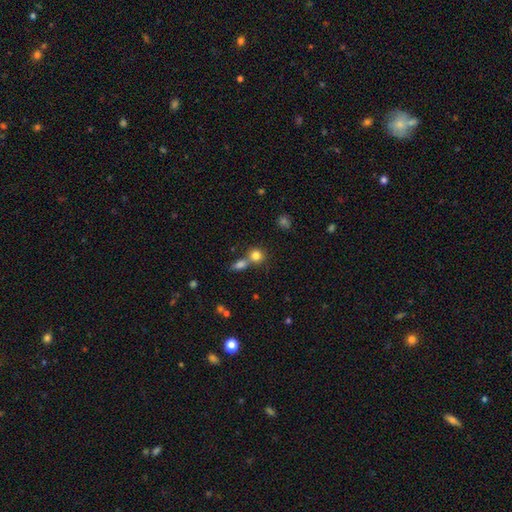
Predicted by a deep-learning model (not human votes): Smooth or featured?
  - smooth: 80% *
  - star or artifact: 12%
  - featured or disk: 8%
How rounded?
  - round: 80% *
  - in between: 18%
  - cigar-shaped: 2%
Merging?
  - none: 48% *
  - merger: 41%
  - minor disturbance: 8%
  - major disturbance: 3%